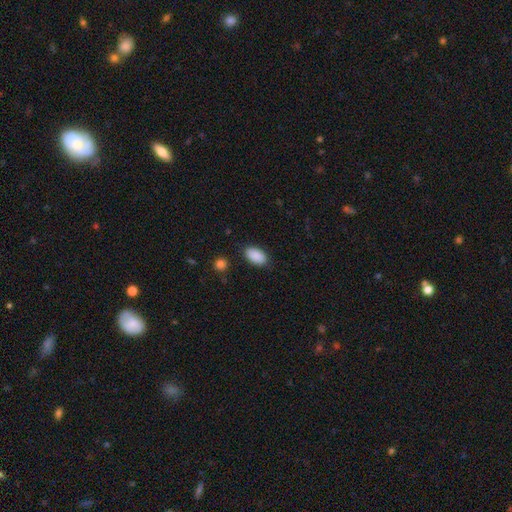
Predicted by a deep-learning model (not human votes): Smooth or featured?
  - smooth: 90% *
  - star or artifact: 7%
  - featured or disk: 3%
How rounded?
  - in between: 94% *
  - round: 4%
  - cigar-shaped: 2%
Merging?
  - none: 85% *
  - minor disturbance: 10%
  - major disturbance: 3%
  - merger: 2%